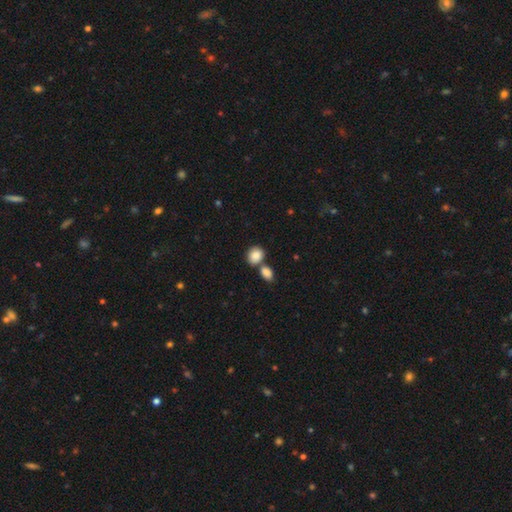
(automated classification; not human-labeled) A smooth galaxy with no disk features (87%) that is round (56%). Merging: none (51%).